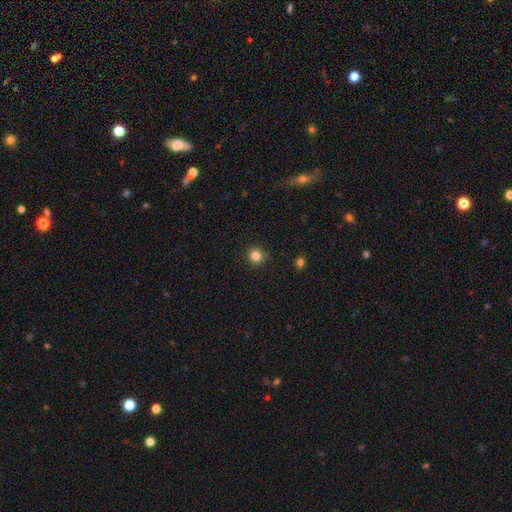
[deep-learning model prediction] A smooth galaxy with no disk features (82%) that is round (94%). Merging: none (88%).